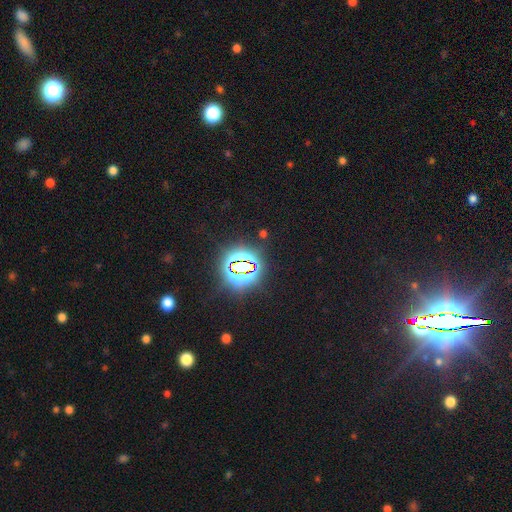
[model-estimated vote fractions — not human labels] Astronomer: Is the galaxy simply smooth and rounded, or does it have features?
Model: star or artifact — 84%.